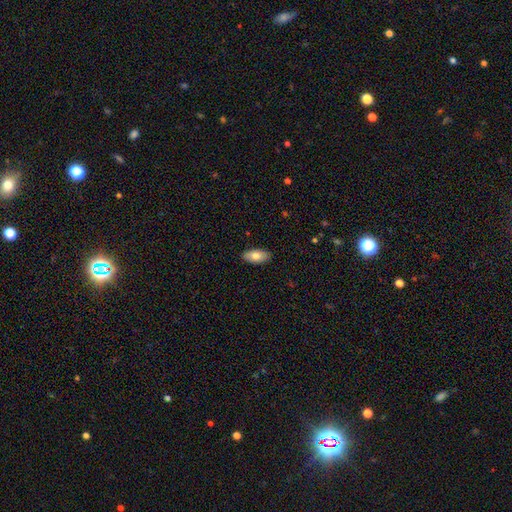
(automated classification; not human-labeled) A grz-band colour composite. It shows a smooth galaxy with no disk features (77%) that is in between round and cigar-shaped (92%). Merging: none (89%).